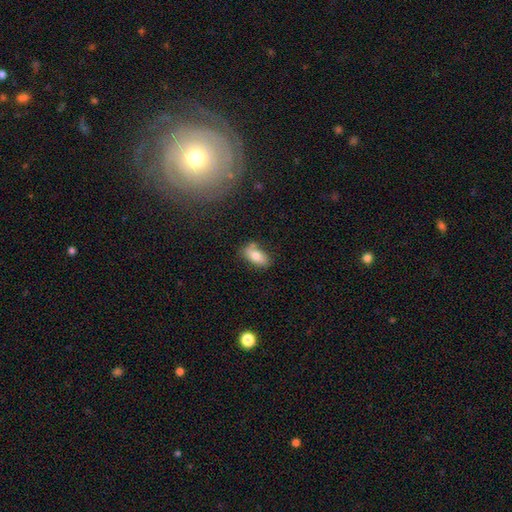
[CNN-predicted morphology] A smooth galaxy with no disk features (74%) that is in between round and cigar-shaped (89%).

Vote fractions:
- Smooth or featured? smooth: 74% / featured or disk: 18% / star or artifact: 8%
- How rounded? in between: 89% / cigar-shaped: 7% / round: 4%
- Merging? none: 67% / minor disturbance: 21% / merger: 7% / major disturbance: 5%